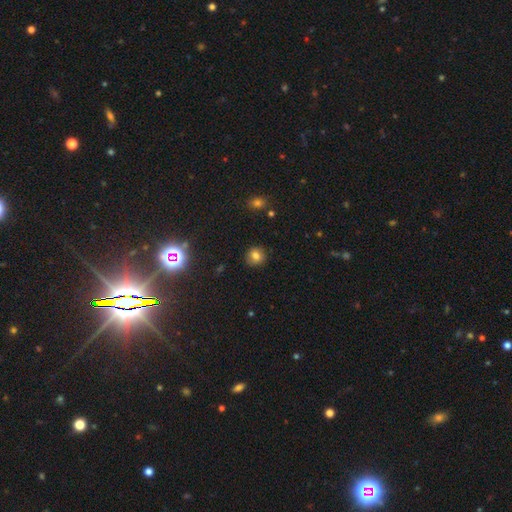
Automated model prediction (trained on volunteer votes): The model was most divided on "smooth or featured": smooth: 75%, star or artifact: 16%, featured or disk: 10%. More confident: merging — none (84%); how rounded — round (83%).